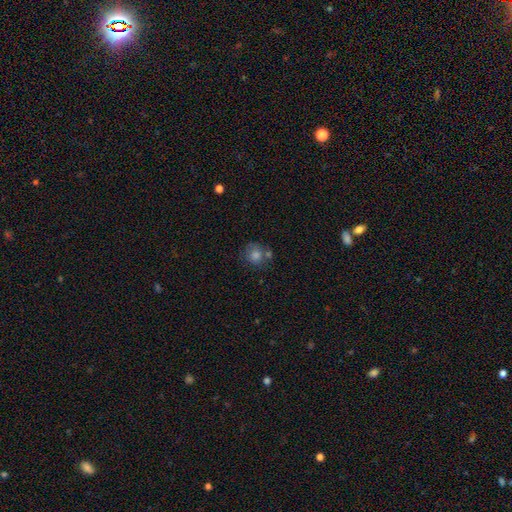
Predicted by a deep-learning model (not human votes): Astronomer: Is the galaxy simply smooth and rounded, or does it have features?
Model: smooth — 76%.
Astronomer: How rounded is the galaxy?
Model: round — 85%.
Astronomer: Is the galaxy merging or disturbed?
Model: none — 58%.